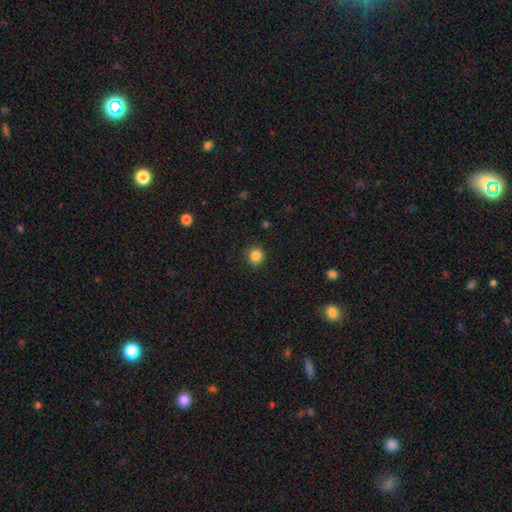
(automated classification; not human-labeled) Q: Smooth or featured?
A: smooth (85%); runner-up: star or artifact (11%)
Q: How rounded?
A: round (92%); runner-up: in between (7%)
Q: Merging?
A: none (90%); runner-up: minor disturbance (7%)